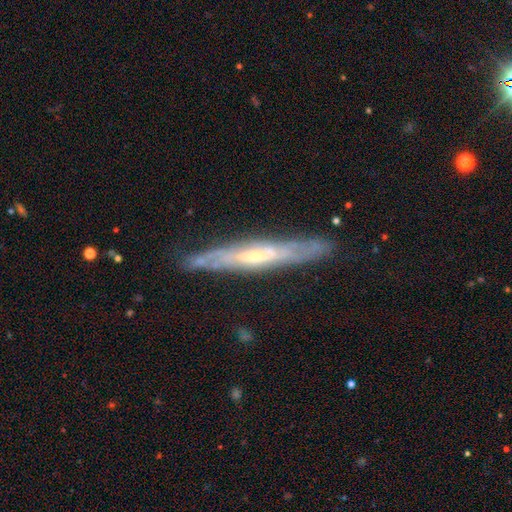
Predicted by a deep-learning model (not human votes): Overall: featured or disk (76%). Edge-on disk: yes (78%). Edge-on bulge: none (47%; rounded 44%). Merging: none (81%).